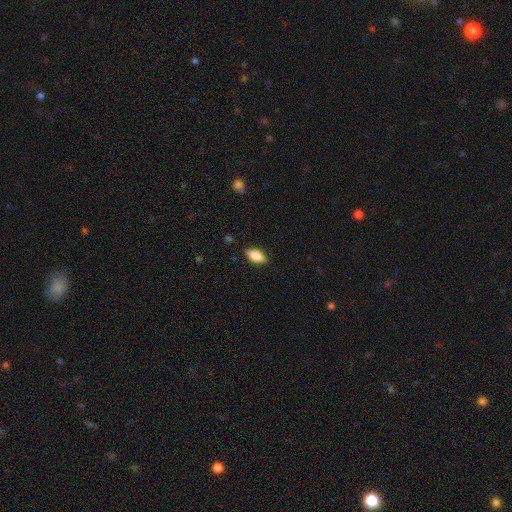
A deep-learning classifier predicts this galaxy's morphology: A smooth galaxy with no disk features (73%) that is in between round and cigar-shaped (86%). Merging: none (85%).